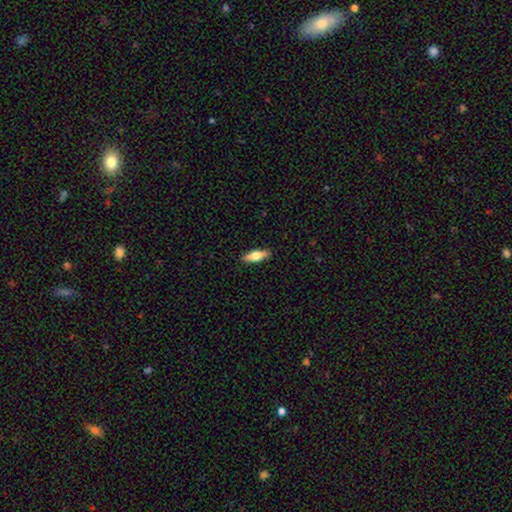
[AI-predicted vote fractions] smooth-or-featured: smooth: 63% | featured or disk: 31% | star or artifact: 6%
  how-rounded: in between: 54% | cigar-shaped: 44% | round: 3%
  merging: none: 90% | minor disturbance: 8% | major disturbance: 2% | merger: 1%